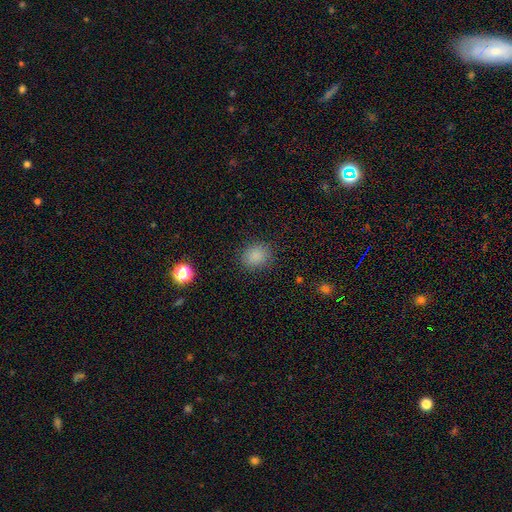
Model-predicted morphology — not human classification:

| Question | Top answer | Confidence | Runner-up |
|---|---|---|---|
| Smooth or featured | smooth | 84% | star or artifact (12%) |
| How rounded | round | 69% | in between (30%) |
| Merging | none | 86% | minor disturbance (10%) |